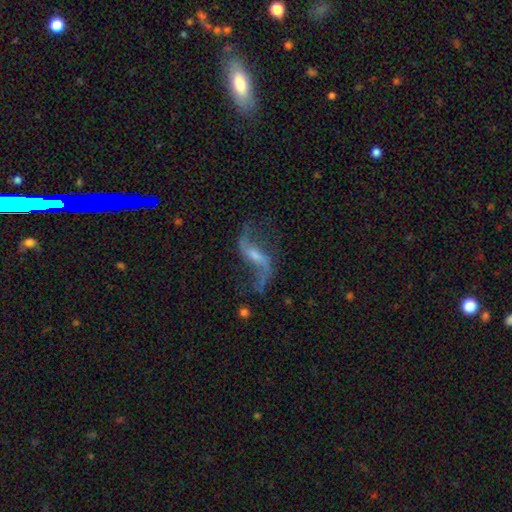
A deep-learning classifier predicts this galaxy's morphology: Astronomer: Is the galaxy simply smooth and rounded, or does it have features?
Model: featured or disk — 87%.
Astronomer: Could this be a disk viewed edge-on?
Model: no — 93%.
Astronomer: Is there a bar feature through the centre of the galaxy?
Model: weak — 44% (runner-up: strong, 33%).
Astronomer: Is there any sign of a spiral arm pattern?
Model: yes — 94%.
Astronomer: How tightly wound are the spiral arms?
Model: loose — 92%.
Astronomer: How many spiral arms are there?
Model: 2 — 92%.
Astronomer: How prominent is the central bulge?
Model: small — 46% (runner-up: moderate, 28%).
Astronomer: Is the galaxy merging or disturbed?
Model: none — 65%.